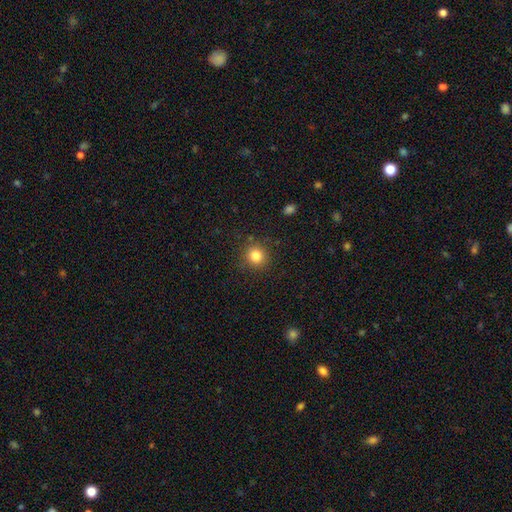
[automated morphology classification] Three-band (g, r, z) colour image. It shows a smooth galaxy with no disk features (83%) that is round (90%). Merging: none (87%).